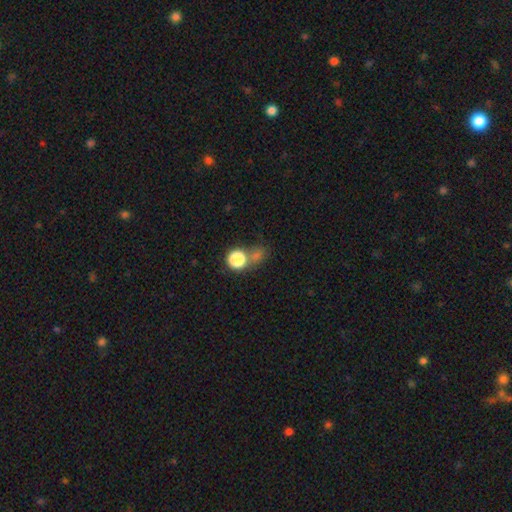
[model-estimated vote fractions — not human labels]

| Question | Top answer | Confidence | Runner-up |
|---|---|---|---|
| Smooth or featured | smooth | 65% | star or artifact (27%) |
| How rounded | round | 79% | in between (19%) |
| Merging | none | 57% | merger (25%) |